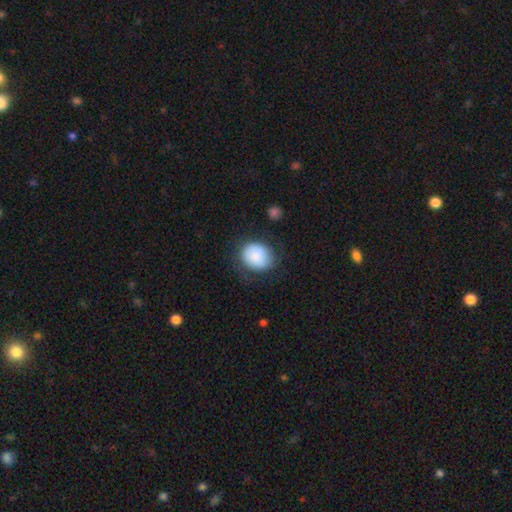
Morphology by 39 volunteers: smooth-or-featured: smooth: 69% | featured or disk: 26% | star or artifact: 5%
  how-rounded: round: 93% | in between: 7% | cigar-shaped: 0%
  merging: none: 68% | minor disturbance: 22% | major disturbance: 11% | merger: 0%